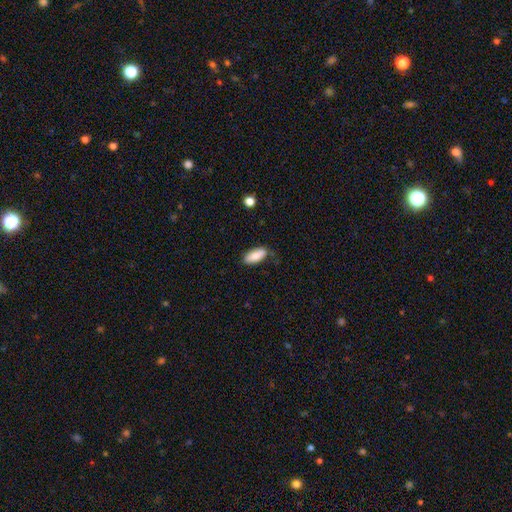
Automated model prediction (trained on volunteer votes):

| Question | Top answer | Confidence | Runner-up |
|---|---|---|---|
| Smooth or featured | smooth | 84% | featured or disk (9%) |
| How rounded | in between | 84% | cigar-shaped (14%) |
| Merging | none | 78% | minor disturbance (17%) |